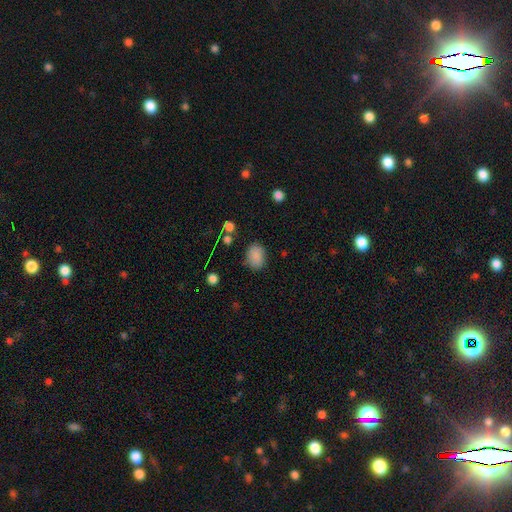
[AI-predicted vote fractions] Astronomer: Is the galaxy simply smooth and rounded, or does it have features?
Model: smooth — 86%.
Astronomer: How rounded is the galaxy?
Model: in between — 71%.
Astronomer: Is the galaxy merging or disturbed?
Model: none — 80%.